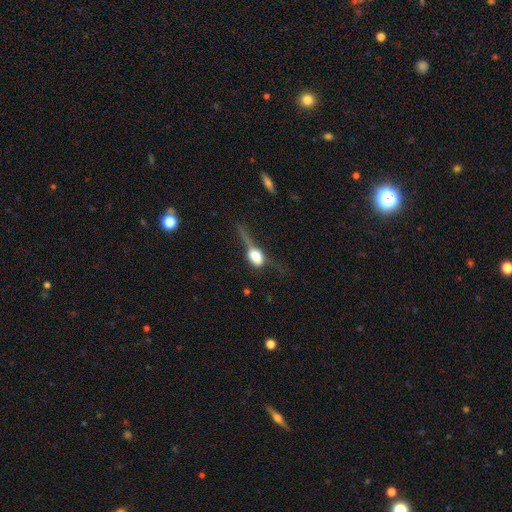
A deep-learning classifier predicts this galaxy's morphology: smooth-or-featured: smooth: 46% | featured or disk: 44% | star or artifact: 10%
  merging: major disturbance: 41% | none: 28% | minor disturbance: 23% | merger: 9%